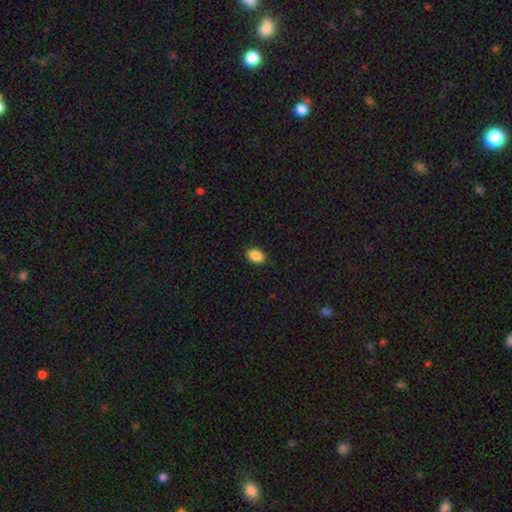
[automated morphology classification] Smooth or featured: smooth — 89% (star or artifact — 8%)
How rounded: in between — 78% (round — 21%)
Merging: none — 90% (minor disturbance — 7%)